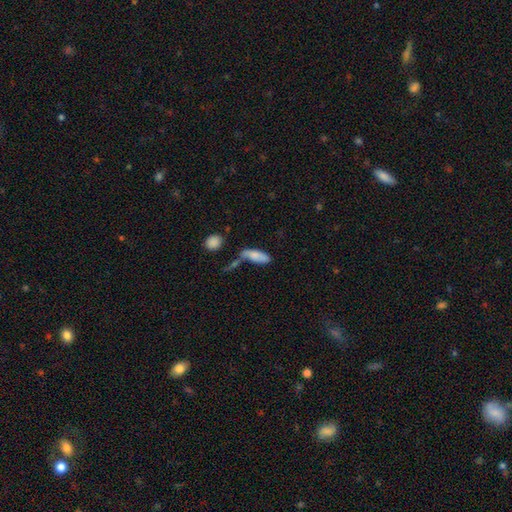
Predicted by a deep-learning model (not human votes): This appears to be a smooth galaxy with no disk features (76%) that is in between round and cigar-shaped (71%). Merging: merger (34%).